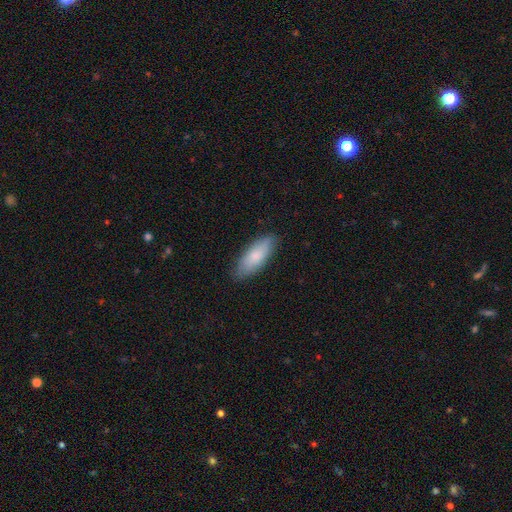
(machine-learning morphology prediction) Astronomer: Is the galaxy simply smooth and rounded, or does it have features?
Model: smooth — 81%.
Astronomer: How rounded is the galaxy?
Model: in between — 71%.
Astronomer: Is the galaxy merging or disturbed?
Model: none — 84%.